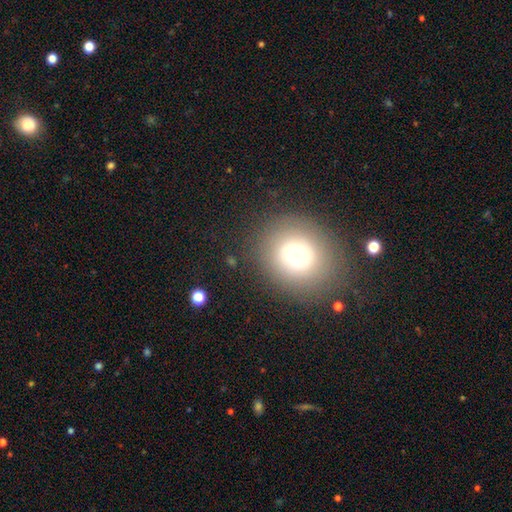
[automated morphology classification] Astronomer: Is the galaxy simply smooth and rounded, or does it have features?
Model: smooth — 67%.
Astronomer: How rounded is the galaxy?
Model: round — 75%.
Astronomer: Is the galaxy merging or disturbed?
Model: none — 84%.